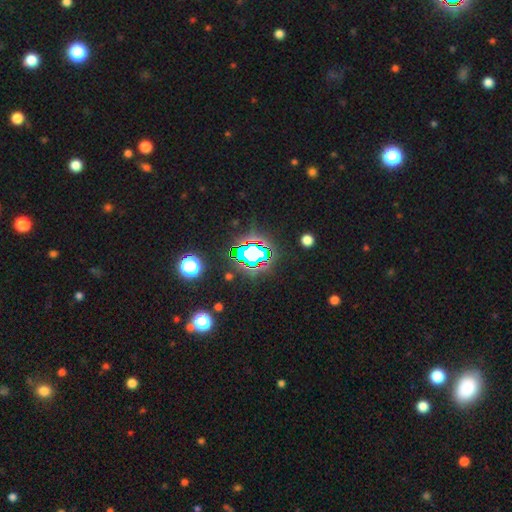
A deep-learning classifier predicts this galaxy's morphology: Q: Smooth or featured?
A: star or artifact (76%); runner-up: smooth (15%)